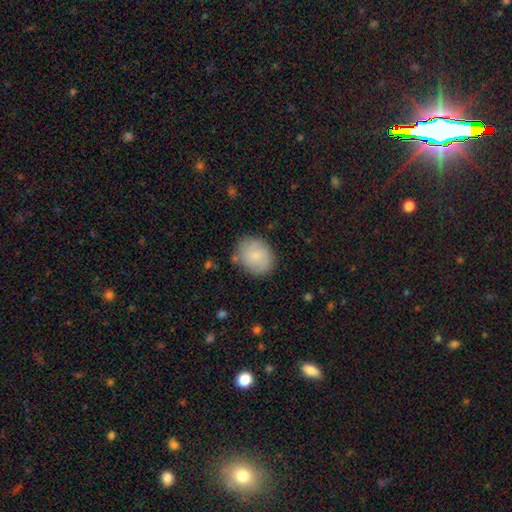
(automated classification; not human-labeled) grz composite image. It shows a smooth galaxy with no disk features (77%) that is round (54%). Merging: none (78%).